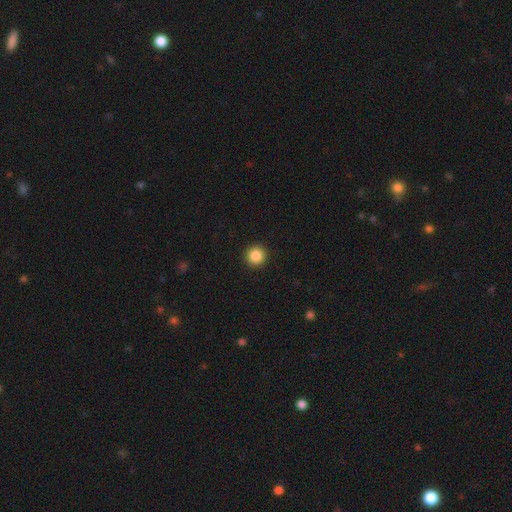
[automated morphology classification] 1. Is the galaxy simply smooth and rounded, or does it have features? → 87% smooth, 10% star or artifact, 3% featured or disk.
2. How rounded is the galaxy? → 95% round, 4% in between, 1% cigar-shaped.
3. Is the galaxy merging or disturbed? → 93% none, 4% minor disturbance, 2% major disturbance, 1% merger.